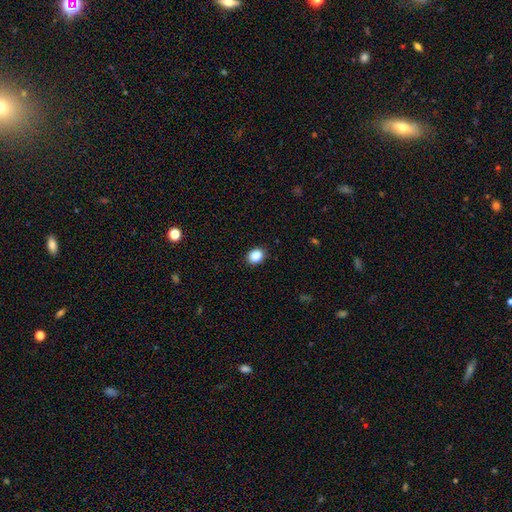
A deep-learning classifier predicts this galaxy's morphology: This is clearly a smooth galaxy (88%). How rounded: possibly round (58%). Merging: clearly none (90%).